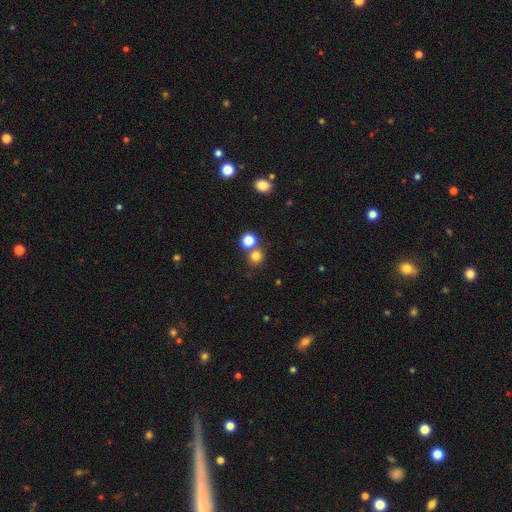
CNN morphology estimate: Smooth or featured?
  - smooth: 78% *
  - star or artifact: 16%
  - featured or disk: 7%
How rounded?
  - round: 88% *
  - in between: 11%
  - cigar-shaped: 1%
Merging?
  - none: 63% *
  - merger: 27%
  - minor disturbance: 7%
  - major disturbance: 3%